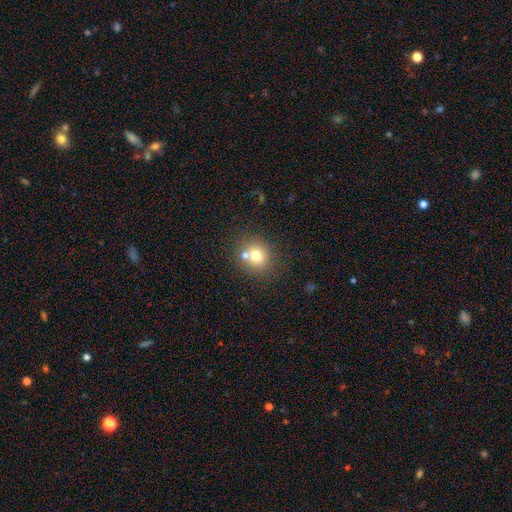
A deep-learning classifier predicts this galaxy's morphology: smooth-or-featured: smooth: 72% | featured or disk: 14% | star or artifact: 14%
  how-rounded: round: 83% | in between: 16% | cigar-shaped: 1%
  merging: none: 63% | merger: 24% | minor disturbance: 10% | major disturbance: 4%